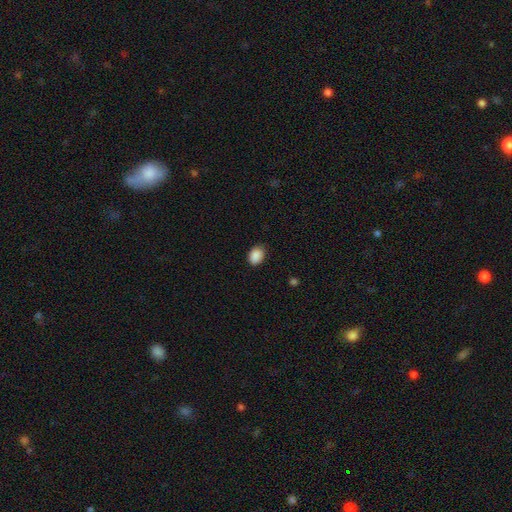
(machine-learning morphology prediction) Q: Smooth or featured?
A: smooth (89%); runner-up: star or artifact (8%)
Q: How rounded?
A: in between (70%); runner-up: round (29%)
Q: Merging?
A: none (84%); runner-up: minor disturbance (13%)